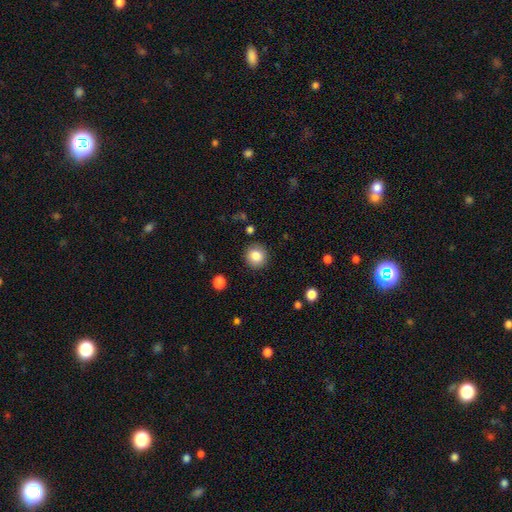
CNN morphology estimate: This is clearly a smooth galaxy (85%). How rounded: clearly round (92%). Merging: clearly none (89%).